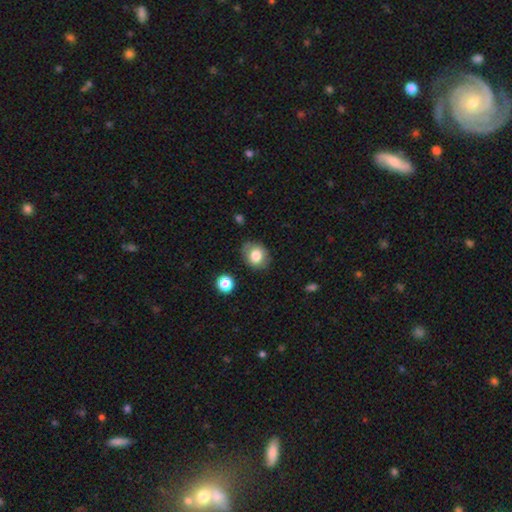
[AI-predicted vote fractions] A smooth galaxy with no disk features (80%) that is in between round and cigar-shaped (50%). Merging: none (78%).